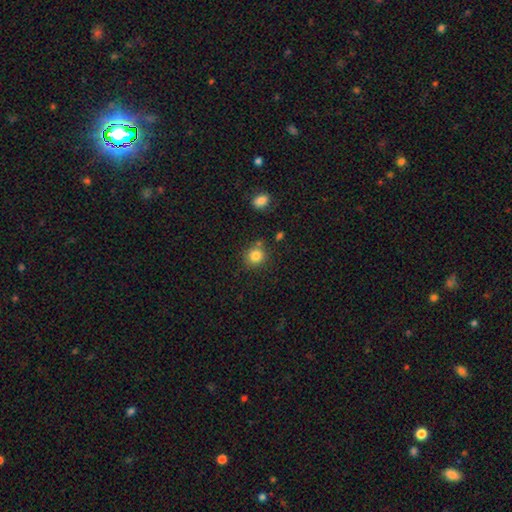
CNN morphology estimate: type=smooth (84%); roundness=round (84%); merging=none (78%).